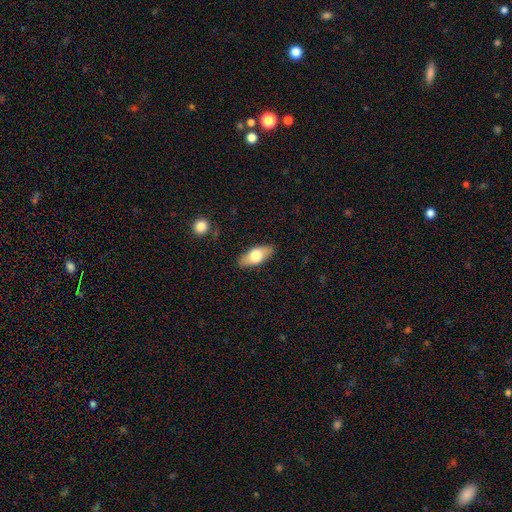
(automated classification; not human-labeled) The model was most divided on "smooth or featured": smooth: 68%, featured or disk: 26%, star or artifact: 6%. More confident: merging — none (87%); how rounded — in between (84%).